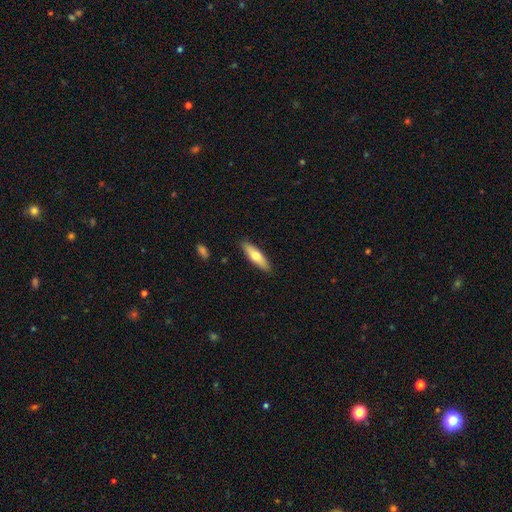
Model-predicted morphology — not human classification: Smooth or featured? Predicted: smooth (p=0.65). How rounded? Predicted: cigar-shaped (p=0.58). Merging? Predicted: none (p=0.89).